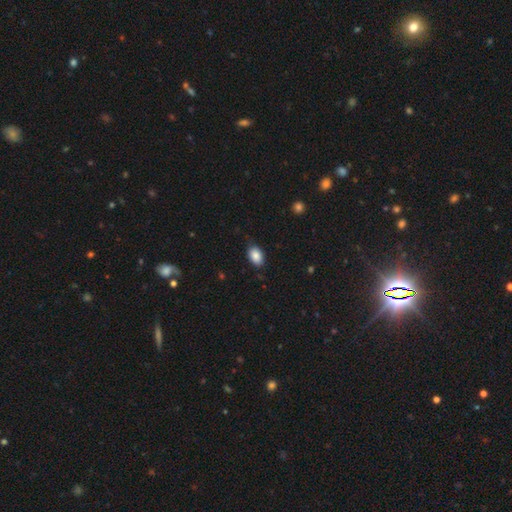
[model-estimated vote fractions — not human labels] Q: Smooth or featured?
A: smooth (87%); runner-up: star or artifact (8%)
Q: How rounded?
A: in between (87%); runner-up: round (12%)
Q: Merging?
A: none (82%); runner-up: minor disturbance (15%)